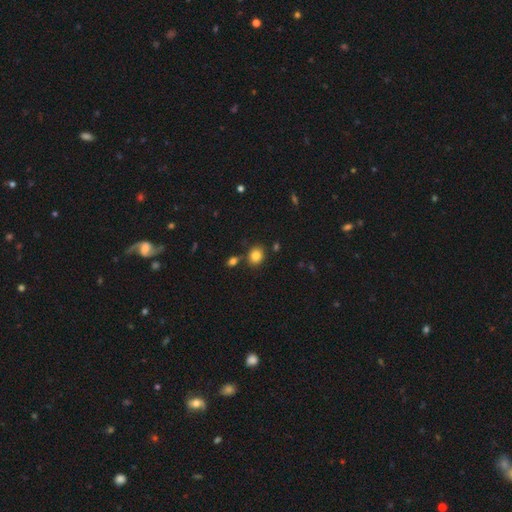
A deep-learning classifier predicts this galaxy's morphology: The model was most divided on "how rounded": round: 65%, in between: 34%, cigar-shaped: 1%. More confident: smooth or featured — smooth (84%); merging — none (78%).